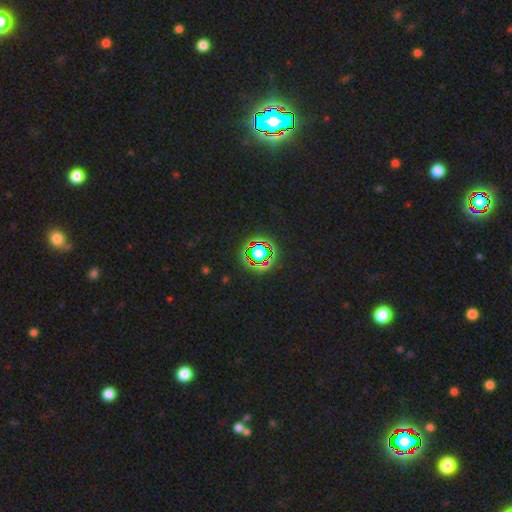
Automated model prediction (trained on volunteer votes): This appears to be a star or artifact, not a galaxy (70%).